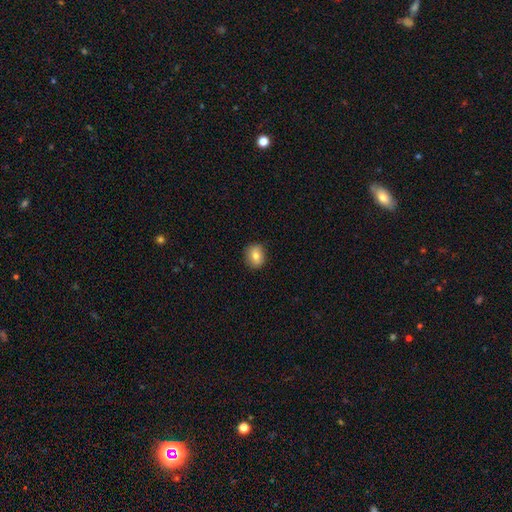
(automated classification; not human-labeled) smooth-or-featured: smooth: 78% | featured or disk: 12% | star or artifact: 9%
  how-rounded: round: 64% | in between: 35% | cigar-shaped: 1%
  merging: none: 88% | minor disturbance: 9% | major disturbance: 2% | merger: 1%